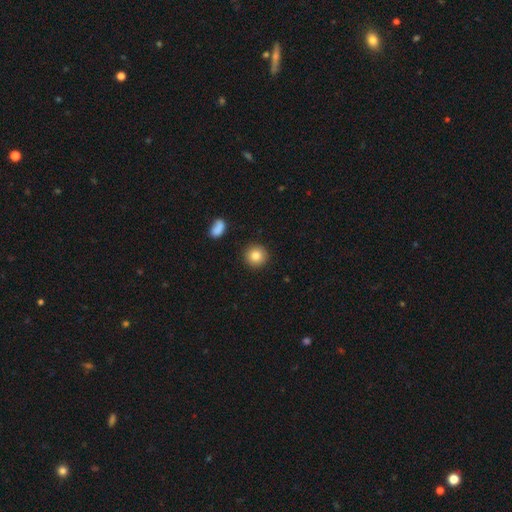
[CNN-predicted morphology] Smooth or featured: smooth — 83% (star or artifact — 9%)
How rounded: round — 93% (in between — 6%)
Merging: none — 91% (minor disturbance — 5%)